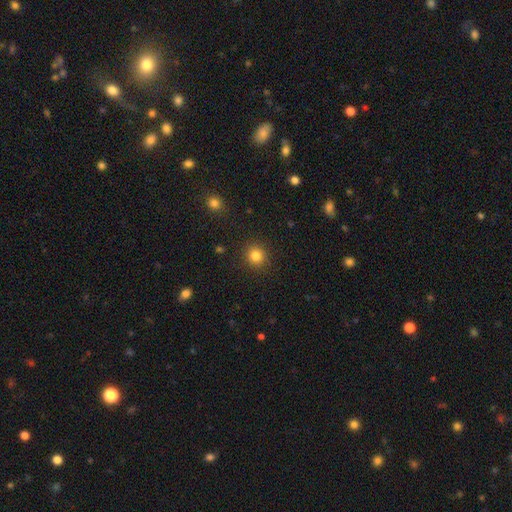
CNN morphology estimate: smooth 84%, star or artifact 12%, featured or disk 5%. Down the decision tree: how rounded — round (88%); merging — none (90%).